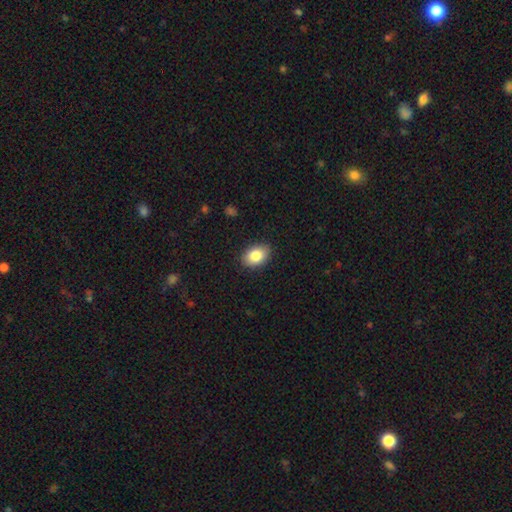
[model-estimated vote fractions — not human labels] Smooth or featured? smooth (84%)
How rounded? in between (79%)
Merging? none (87%)